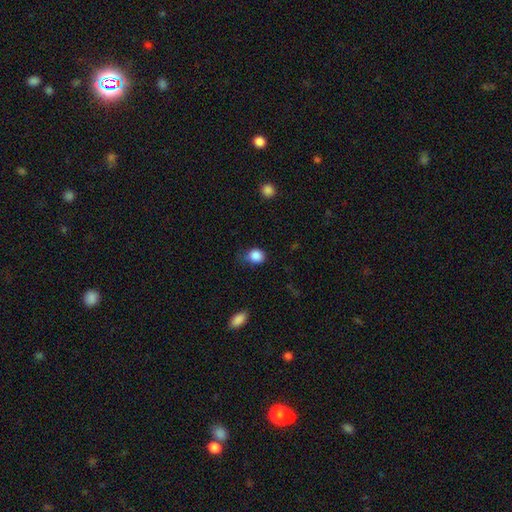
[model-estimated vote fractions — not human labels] Smooth or featured? Predicted: smooth (p=0.86). How rounded? Predicted: round (p=0.63). Merging? Predicted: none (p=0.54).